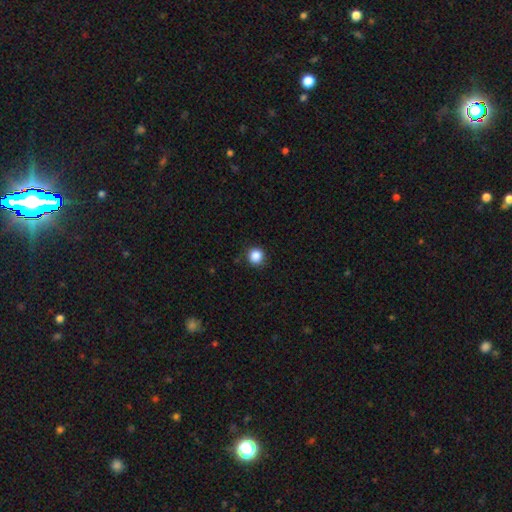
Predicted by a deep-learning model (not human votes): Smooth or featured? smooth (87%)
How rounded? round (93%)
Merging? none (87%)